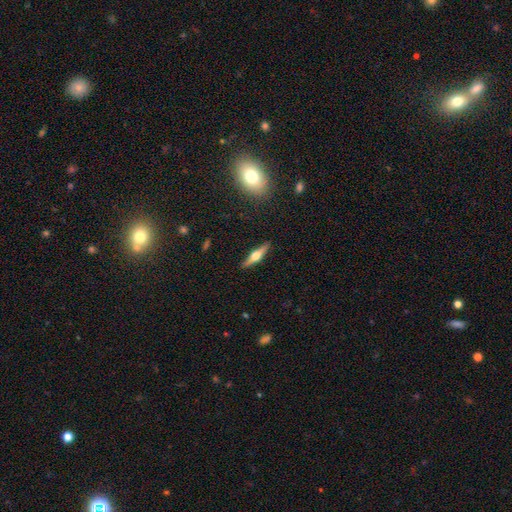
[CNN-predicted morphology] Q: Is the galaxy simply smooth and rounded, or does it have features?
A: featured or disk — 65%.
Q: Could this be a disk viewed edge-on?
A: yes — 97%.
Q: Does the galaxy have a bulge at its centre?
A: rounded — 94%.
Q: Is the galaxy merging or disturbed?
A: none — 90%.